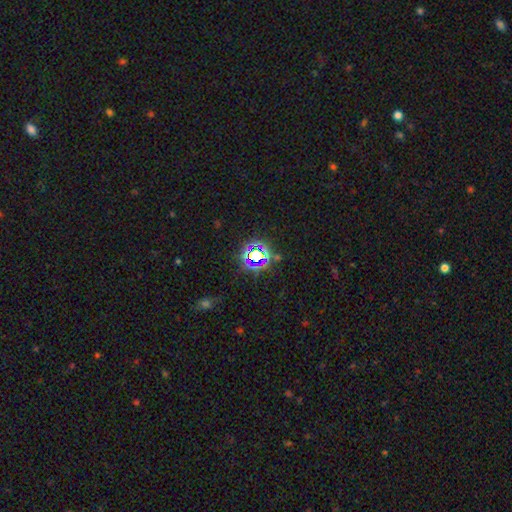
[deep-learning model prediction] A star or artifact, not a galaxy (72%).

Vote fractions:
- Smooth or featured? star or artifact: 72% / smooth: 18% / featured or disk: 10%